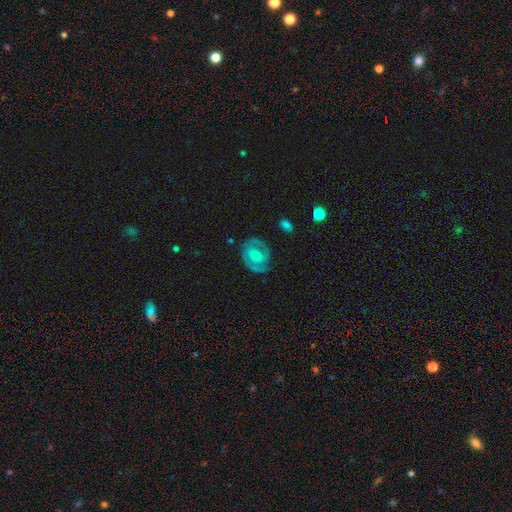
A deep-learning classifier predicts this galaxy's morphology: Smooth or featured? Predicted: featured or disk (p=0.79). Edge-on disk? Predicted: no (p=0.97). Bar? Predicted: weak (p=0.44). Spiral arms? Predicted: yes (p=0.88). Spiral winding? Predicted: tight (p=0.51). Spiral arm count? Predicted: 2 (p=0.83). Bulge size? Predicted: moderate (p=0.48). Merging? Predicted: none (p=0.79).